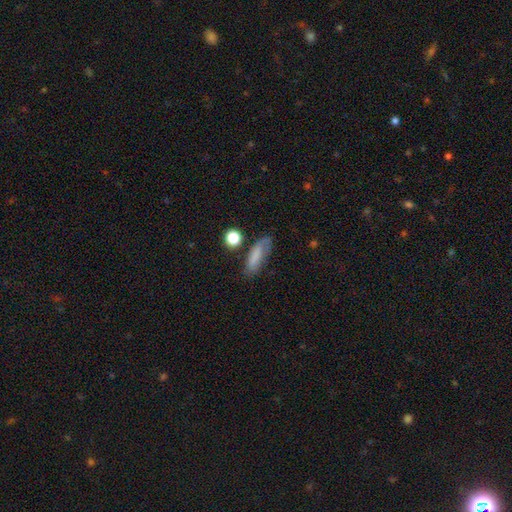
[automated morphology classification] A smooth galaxy with no disk features (75%) that is in between round and cigar-shaped (53%). Merging: none (64%).